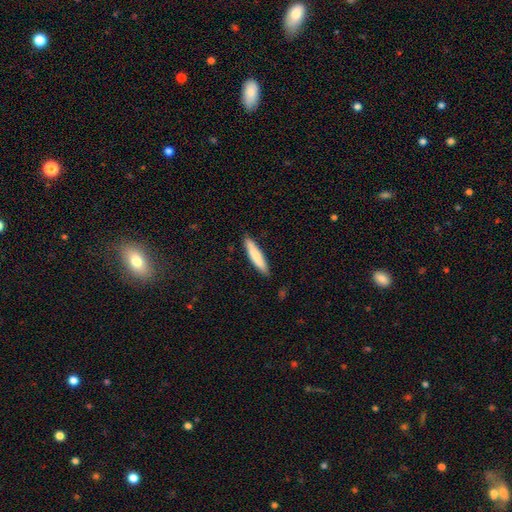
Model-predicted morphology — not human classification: This is likely a smooth galaxy (80%). How rounded: clearly cigar-shaped (87%). Merging: clearly none (88%).